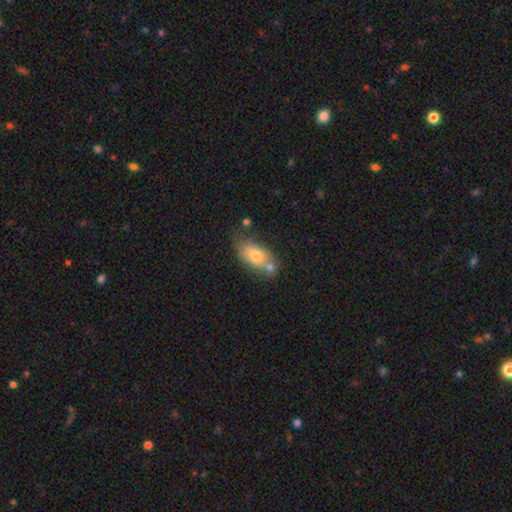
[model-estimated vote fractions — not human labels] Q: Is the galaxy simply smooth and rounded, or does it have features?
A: smooth — 71%.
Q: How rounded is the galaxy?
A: in between — 87%.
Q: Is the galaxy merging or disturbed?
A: none — 47%.